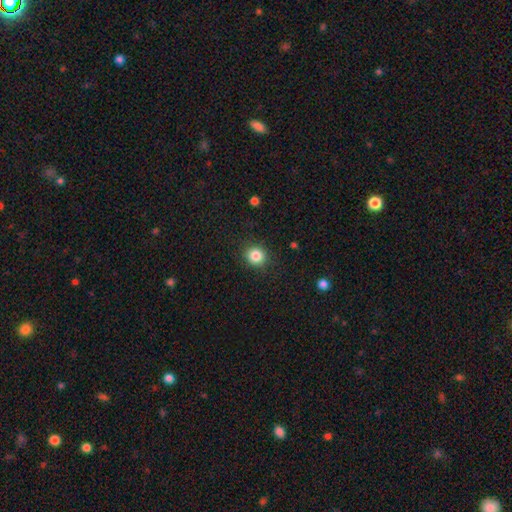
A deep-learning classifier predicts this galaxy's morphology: A smooth galaxy with no disk features (84%) that is round (86%). Merging: none (89%).